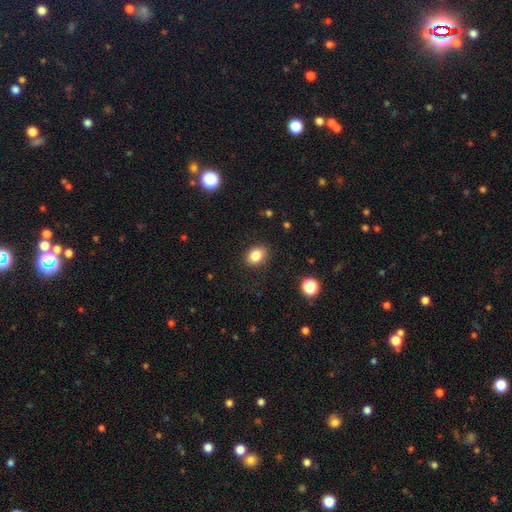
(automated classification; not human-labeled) Overall: smooth (84%). How rounded: in between (59%; round 40%). Merging: none (88%).